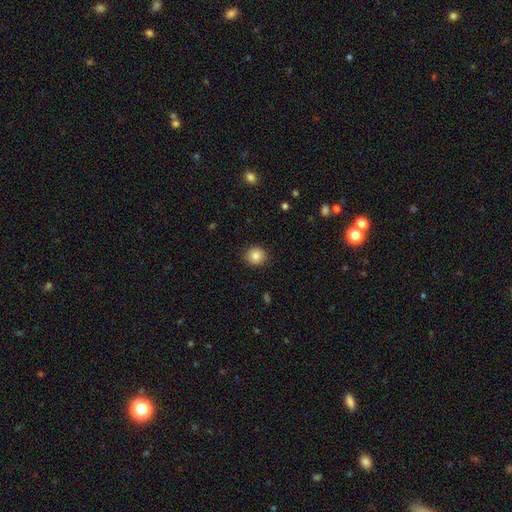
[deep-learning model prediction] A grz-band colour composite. It shows a smooth galaxy with no disk features (85%) that is round (88%). Merging: none (91%).